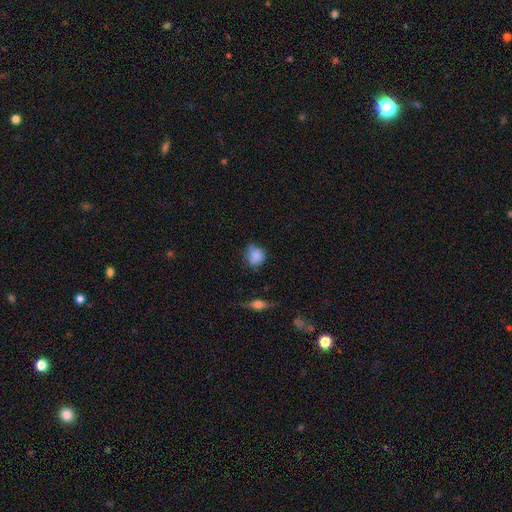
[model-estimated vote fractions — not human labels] smooth 79%, featured or disk 11%, star or artifact 9%. Down the decision tree: how rounded — round (71%); merging — none (53%).